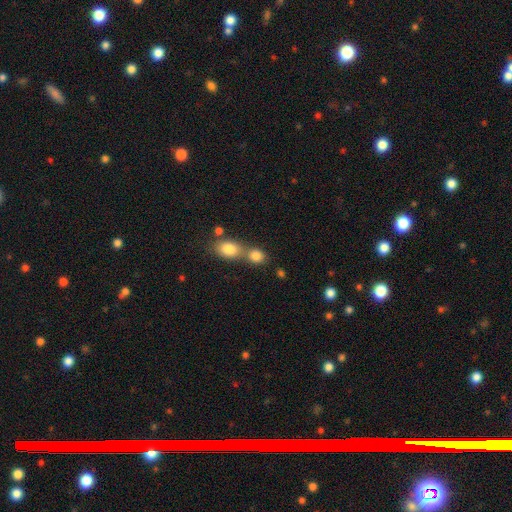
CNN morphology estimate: Overall: smooth (82%). How rounded: round (51%; in between 47%). Merging: merger (55%; none 35%).